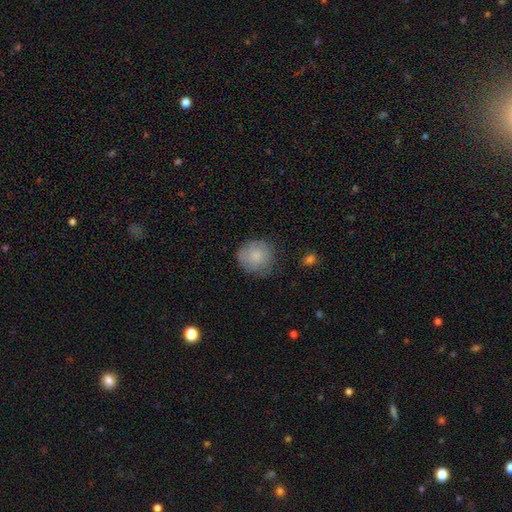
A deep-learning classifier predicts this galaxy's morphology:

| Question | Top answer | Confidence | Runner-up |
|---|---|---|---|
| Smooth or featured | smooth | 82% | featured or disk (11%) |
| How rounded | round | 89% | in between (10%) |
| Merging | none | 73% | minor disturbance (20%) |